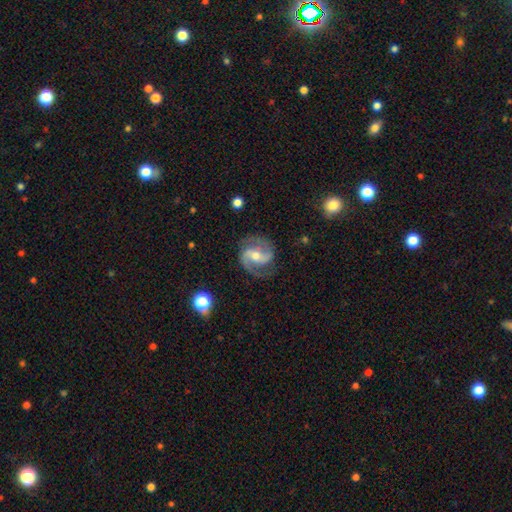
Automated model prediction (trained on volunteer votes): This appears to be a featured or disk galaxy (88%) with a weak bar (42%), 2 (92%) medium (56%) spiral arms (97%) and a moderate central bulge (63%). Merging: none (80%).